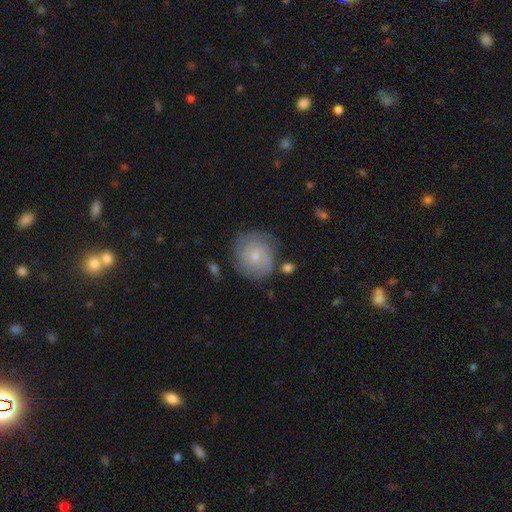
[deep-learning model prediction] Overall: featured or disk (51%; smooth 42%). Edge-on disk: no (97%). Merging: none (70%).